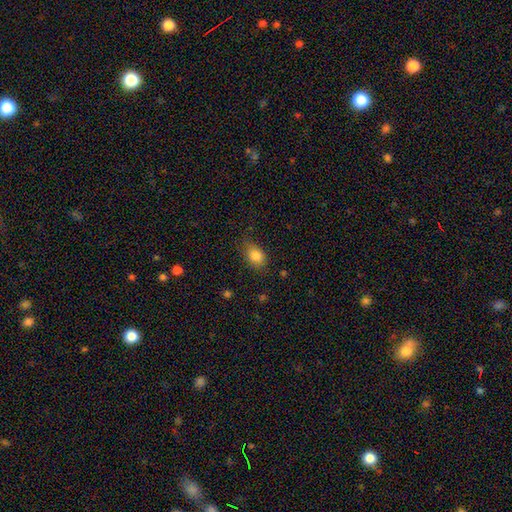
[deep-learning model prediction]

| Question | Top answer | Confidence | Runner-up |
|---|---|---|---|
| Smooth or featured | smooth | 84% | star or artifact (10%) |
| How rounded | in between | 71% | round (27%) |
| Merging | none | 75% | minor disturbance (19%) |